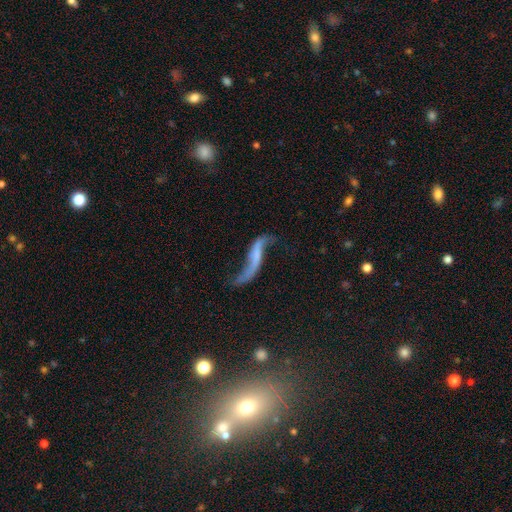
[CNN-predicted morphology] This is clearly a featured or disk galaxy (81%). It is clearly not viewed edge-on (89%). Bar: marginally no (39%). Spiral arm pattern: clearly yes (89%). Spiral arm count: clearly 2 (91%). Spiral winding: clearly loose (95%). Central bulge: possibly none (60%). Merging: possibly none (55%).